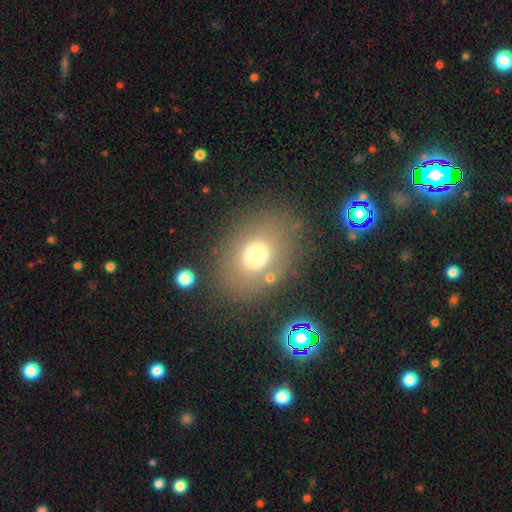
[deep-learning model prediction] A smooth galaxy with no disk features (70%) that is in between round and cigar-shaped (51%). Merging: none (75%).